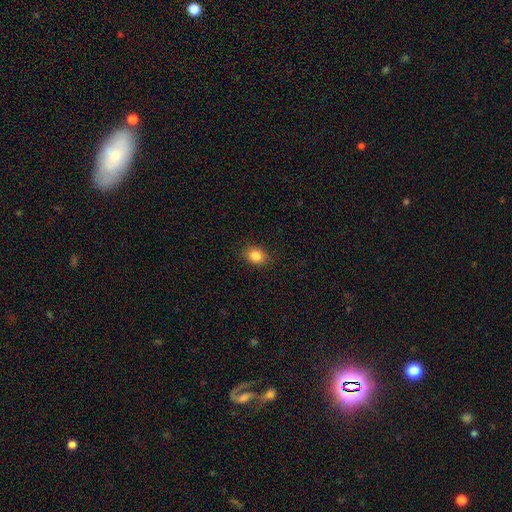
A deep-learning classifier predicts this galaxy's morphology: A smooth galaxy with no disk features (85%) that is in between round and cigar-shaped (52%).

Vote fractions:
- Smooth or featured? smooth: 85% / star or artifact: 10% / featured or disk: 5%
- How rounded? in between: 52% / round: 47% / cigar-shaped: 1%
- Merging? none: 88% / minor disturbance: 9% / major disturbance: 2% / merger: 1%